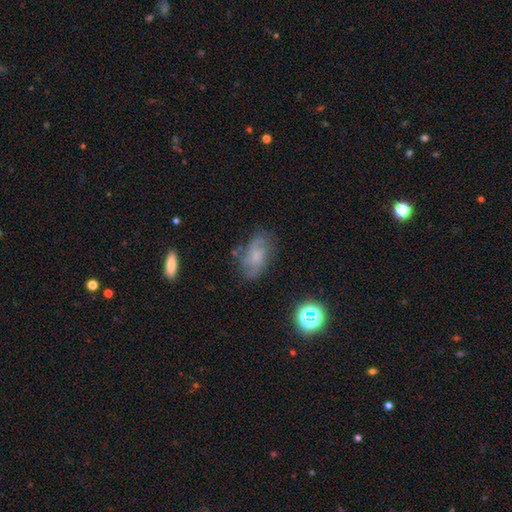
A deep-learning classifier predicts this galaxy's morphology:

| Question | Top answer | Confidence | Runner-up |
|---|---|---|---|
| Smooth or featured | featured or disk | 52% | smooth (35%) |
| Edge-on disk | no | 95% | yes (5%) |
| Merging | none | 65% | minor disturbance (22%) |